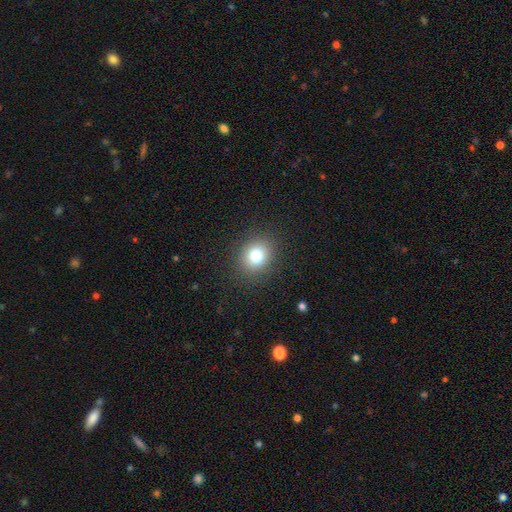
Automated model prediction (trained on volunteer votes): Q: Smooth or featured?
A: smooth (79%); runner-up: star or artifact (12%)
Q: How rounded?
A: round (67%); runner-up: in between (32%)
Q: Merging?
A: none (88%); runner-up: minor disturbance (8%)